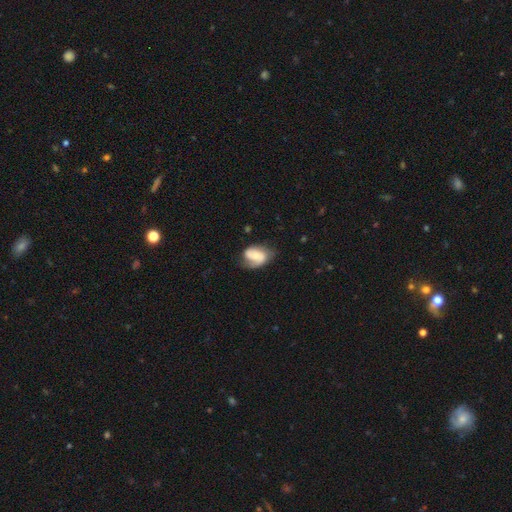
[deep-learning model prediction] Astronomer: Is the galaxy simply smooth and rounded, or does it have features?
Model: featured or disk — 58% (runner-up: smooth, 35%).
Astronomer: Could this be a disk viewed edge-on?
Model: no — 97%.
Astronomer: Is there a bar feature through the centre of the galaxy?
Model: no — 53% (runner-up: weak, 35%).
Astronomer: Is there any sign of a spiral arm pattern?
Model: yes — 87%.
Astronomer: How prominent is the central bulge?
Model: small — 43% (runner-up: moderate, 35%).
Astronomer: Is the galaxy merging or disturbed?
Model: none — 52% (runner-up: minor disturbance, 30%).